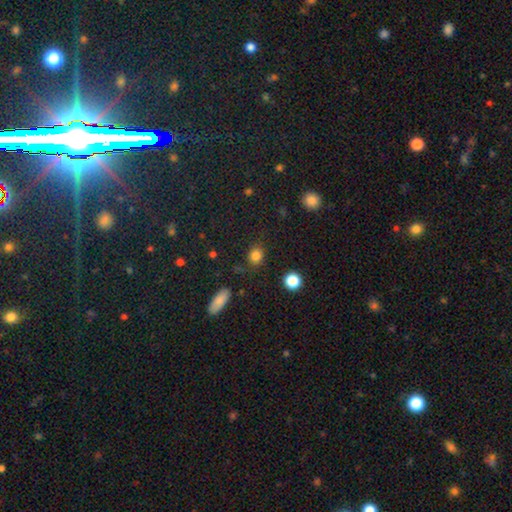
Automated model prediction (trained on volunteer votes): The model was most divided on "how rounded": round: 69%, in between: 30%, cigar-shaped: 2%. More confident: smooth or featured — smooth (83%); merging — none (80%).